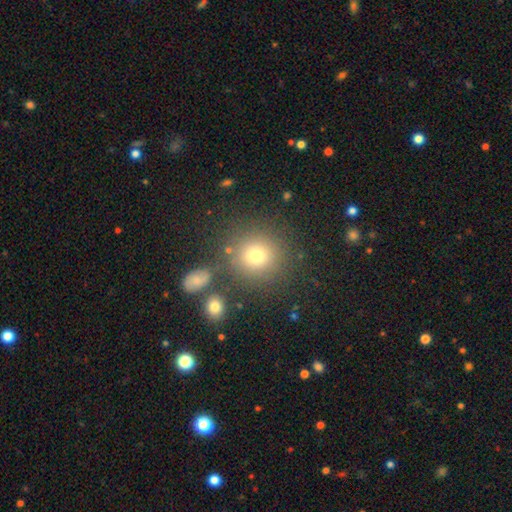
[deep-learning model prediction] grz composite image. It shows a smooth galaxy with no disk features (74%) that is round (90%). Merging: none (81%).